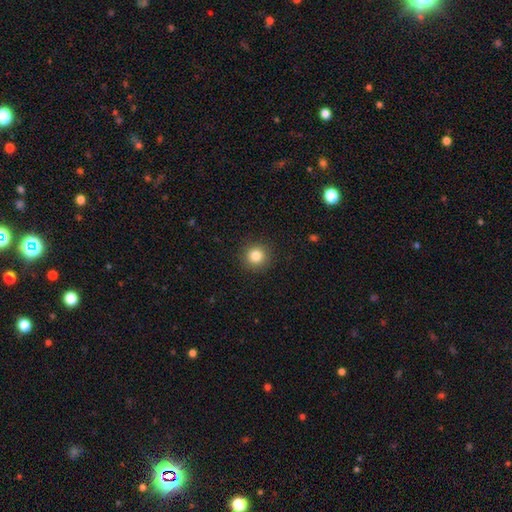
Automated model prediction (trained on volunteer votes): smooth_or_featured: smooth (p=0.84) [alt: star or artifact p=0.11]
how_rounded: round (p=0.94) [alt: in between p=0.05]
merging: none (p=0.91) [alt: minor disturbance p=0.06]